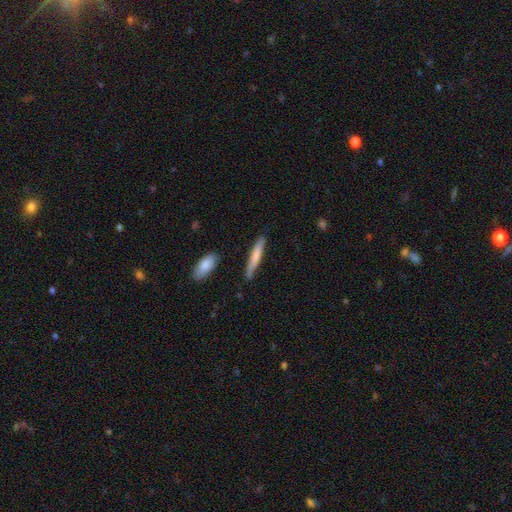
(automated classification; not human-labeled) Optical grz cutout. It shows a smooth galaxy with no disk features (71%) that is cigar-shaped (93%). Merging: none (79%).